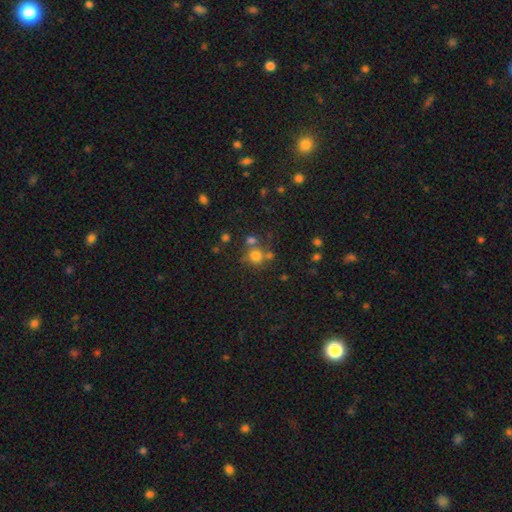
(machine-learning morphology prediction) This is likely a smooth galaxy (73%). How rounded: clearly round (88%). Merging: likely none (61%).